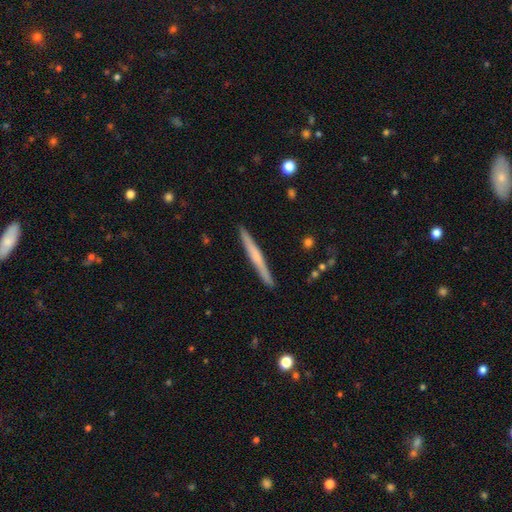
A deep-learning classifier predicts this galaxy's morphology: Overall: featured or disk (50%; smooth 44%). Edge-on disk: yes (97%). Merging: none (92%).